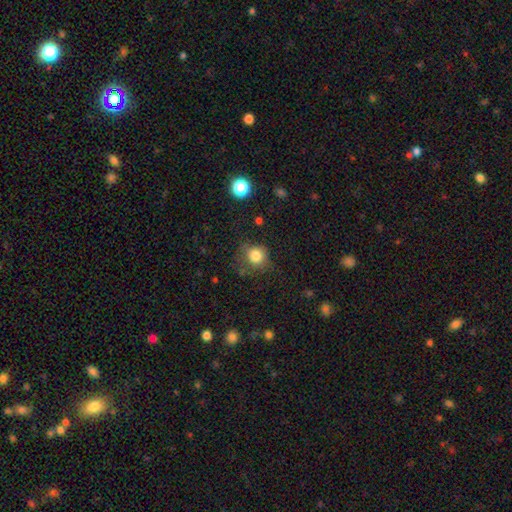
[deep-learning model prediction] Smooth or featured?
  - smooth: 82% *
  - star or artifact: 12%
  - featured or disk: 7%
How rounded?
  - round: 84% *
  - in between: 15%
  - cigar-shaped: 1%
Merging?
  - none: 66% *
  - minor disturbance: 22%
  - major disturbance: 10%
  - merger: 2%